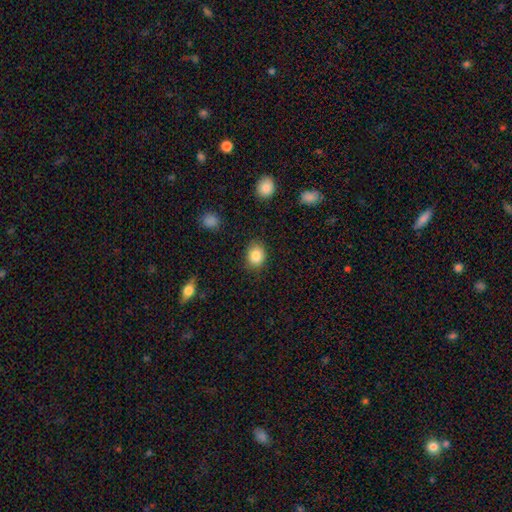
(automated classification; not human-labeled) Overall: smooth (86%). How rounded: in between (50%; round 49%). Merging: none (83%).